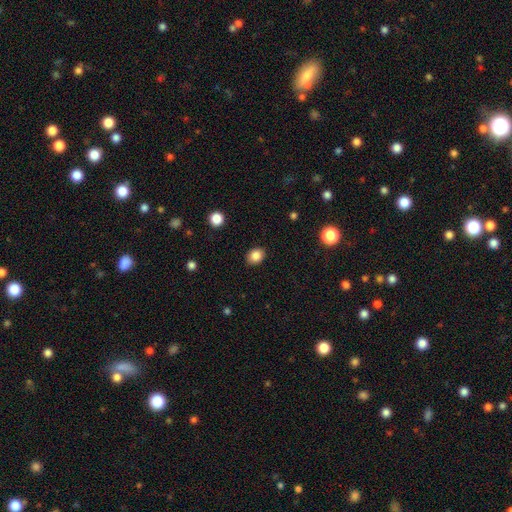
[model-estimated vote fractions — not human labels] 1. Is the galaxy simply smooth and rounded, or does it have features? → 85% smooth, 10% star or artifact, 5% featured or disk.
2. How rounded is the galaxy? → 51% round, 48% in between, 1% cigar-shaped.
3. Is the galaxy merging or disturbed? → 88% none, 8% minor disturbance, 2% major disturbance, 1% merger.